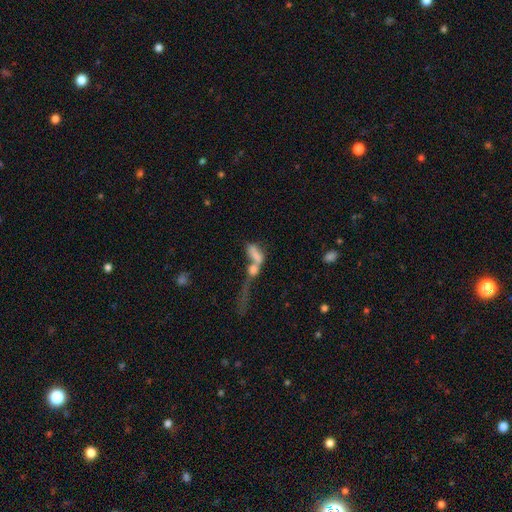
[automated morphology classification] Smooth or featured? Predicted: smooth (p=0.59). How rounded? Predicted: in between (p=0.68). Merging? Predicted: merger (p=0.68).